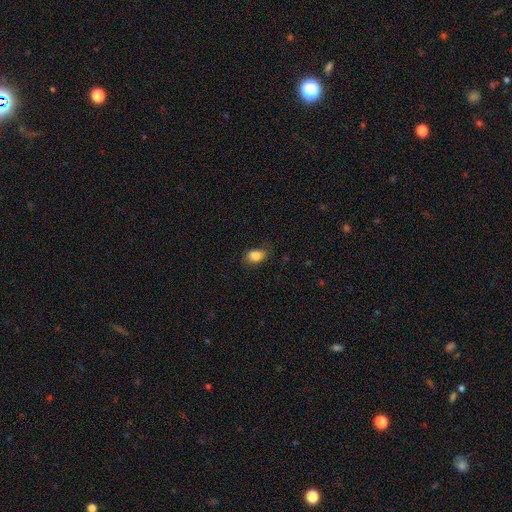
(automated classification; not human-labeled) smooth-or-featured: smooth: 84% | star or artifact: 9% | featured or disk: 7%
  how-rounded: in between: 76% | round: 22% | cigar-shaped: 1%
  merging: none: 68% | minor disturbance: 24% | major disturbance: 7% | merger: 1%